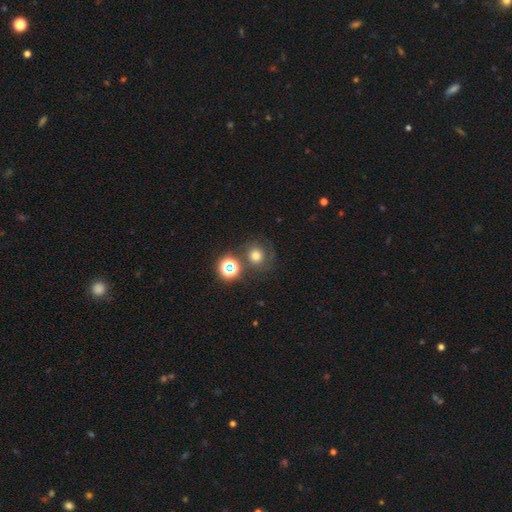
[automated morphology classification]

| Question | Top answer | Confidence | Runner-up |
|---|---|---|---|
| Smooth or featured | smooth | 67% | star or artifact (19%) |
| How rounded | round | 86% | in between (13%) |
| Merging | none | 64% | merger (14%) |